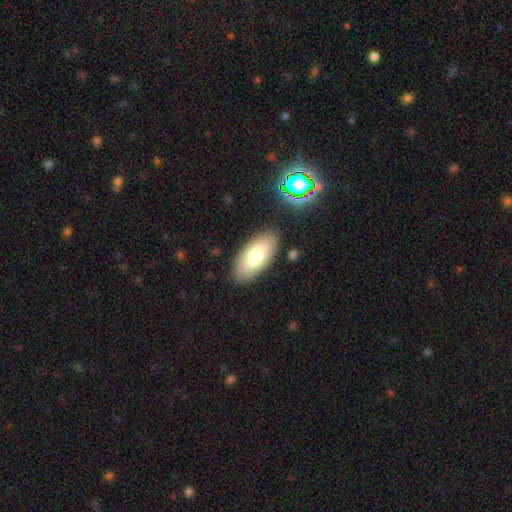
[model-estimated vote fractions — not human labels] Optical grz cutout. It shows a smooth galaxy with no disk features (75%) that is in between round and cigar-shaped (91%). Merging: none (86%).